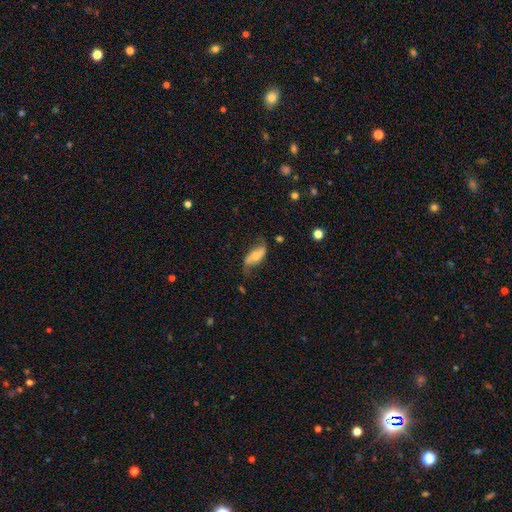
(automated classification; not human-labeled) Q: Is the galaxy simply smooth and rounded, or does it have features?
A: featured or disk — 59%.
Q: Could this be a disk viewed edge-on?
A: no — 88%.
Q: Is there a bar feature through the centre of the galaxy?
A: no — 48%.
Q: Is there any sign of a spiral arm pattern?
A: yes — 86%.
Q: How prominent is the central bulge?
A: moderate — 45%.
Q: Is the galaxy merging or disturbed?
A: none — 62%.